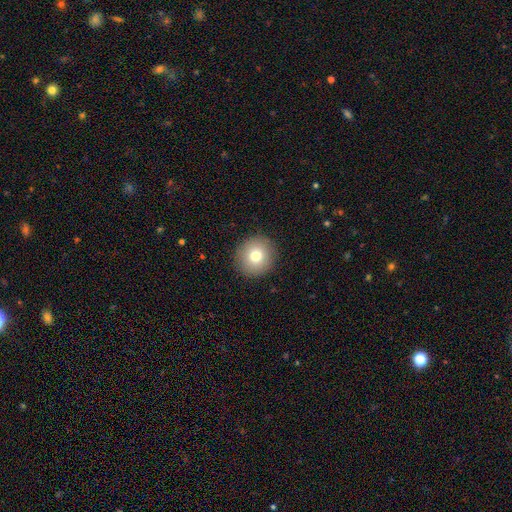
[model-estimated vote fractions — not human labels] smooth-or-featured: smooth: 77% | featured or disk: 12% | star or artifact: 11%
  how-rounded: round: 92% | in between: 7% | cigar-shaped: 1%
  merging: none: 91% | minor disturbance: 6% | major disturbance: 2% | merger: 1%